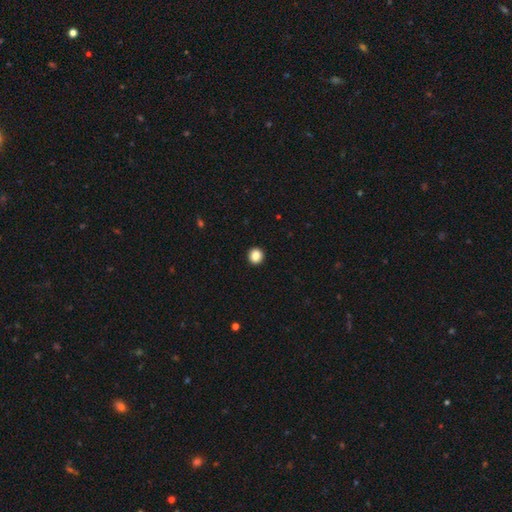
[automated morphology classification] Overall: smooth (87%). How rounded: round (90%). Merging: none (93%).